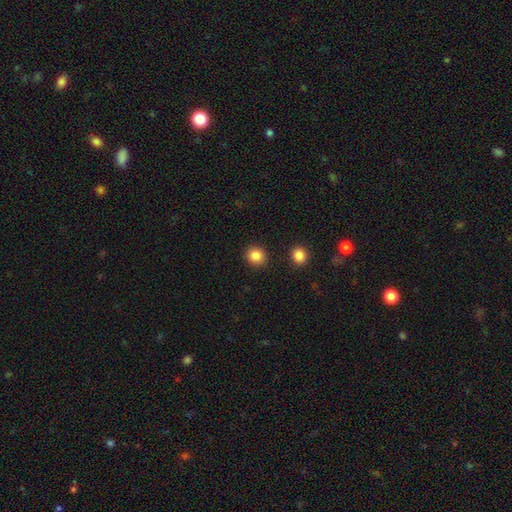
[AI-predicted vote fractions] The model was most divided on "how rounded": round: 86%, in between: 14%, cigar-shaped: 1%. More confident: merging — none (90%); smooth or featured — smooth (86%).